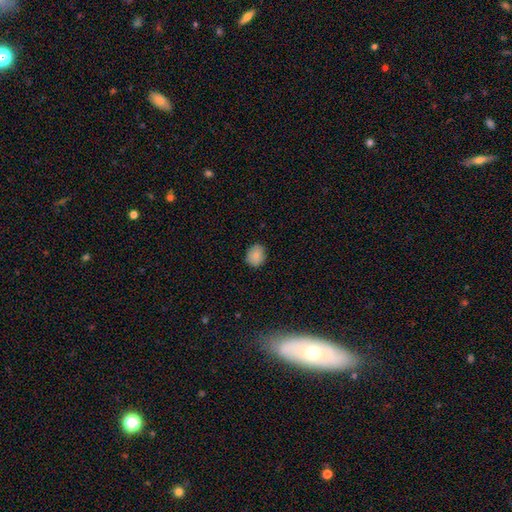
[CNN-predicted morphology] A smooth galaxy with no disk features (85%) that is round (65%).

Vote fractions:
- Smooth or featured? smooth: 85% / star or artifact: 8% / featured or disk: 7%
- How rounded? round: 65% / in between: 34% / cigar-shaped: 1%
- Merging? none: 84% / minor disturbance: 12% / major disturbance: 2% / merger: 1%